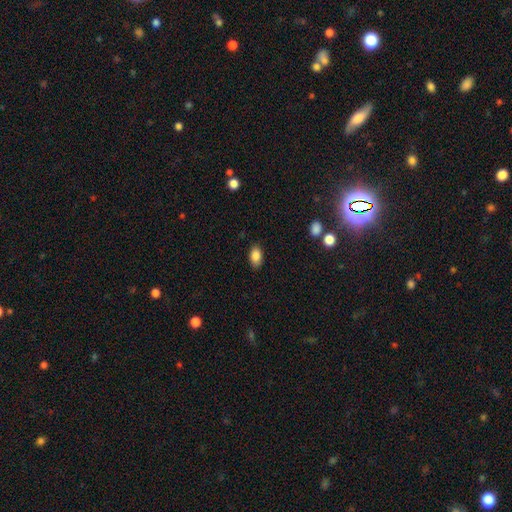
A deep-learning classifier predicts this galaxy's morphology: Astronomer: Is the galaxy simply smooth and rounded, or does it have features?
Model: smooth — 87%.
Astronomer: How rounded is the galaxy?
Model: in between — 89%.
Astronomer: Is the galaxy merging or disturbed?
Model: none — 86%.